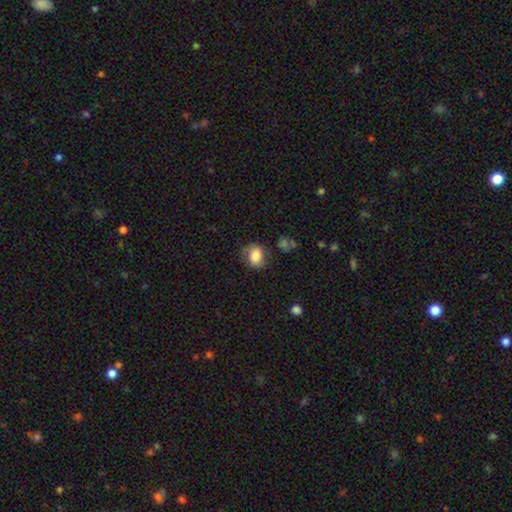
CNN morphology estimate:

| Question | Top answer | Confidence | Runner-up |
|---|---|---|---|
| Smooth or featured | smooth | 74% | featured or disk (18%) |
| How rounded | in between | 50% | round (48%) |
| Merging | none | 66% | minor disturbance (22%) |